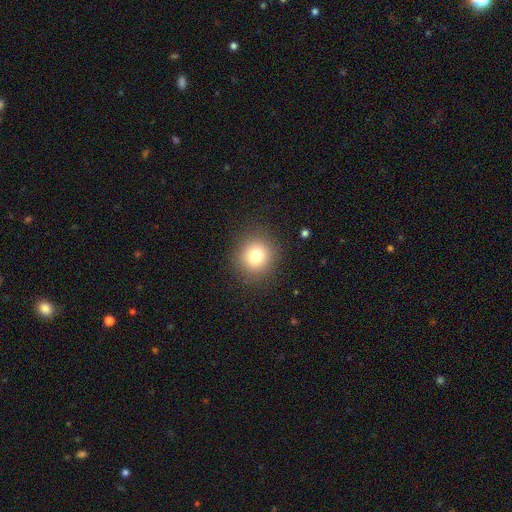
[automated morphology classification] type=smooth (79%); roundness=round (88%); merging=none (88%).